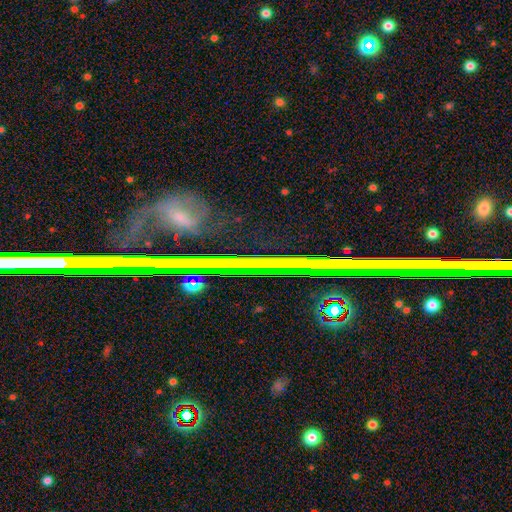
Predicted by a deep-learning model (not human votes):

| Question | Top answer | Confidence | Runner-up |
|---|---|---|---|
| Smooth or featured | star or artifact | 61% | featured or disk (24%) |